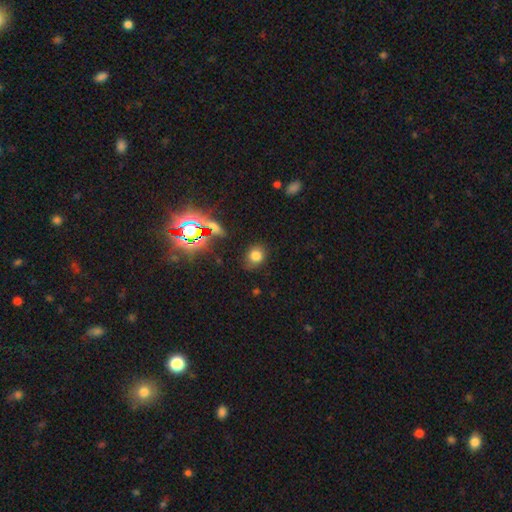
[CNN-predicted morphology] Smooth or featured?
  - smooth: 74% *
  - star or artifact: 19%
  - featured or disk: 8%
How rounded?
  - round: 64% *
  - in between: 34%
  - cigar-shaped: 1%
Merging?
  - none: 77% *
  - minor disturbance: 16%
  - major disturbance: 4%
  - merger: 2%